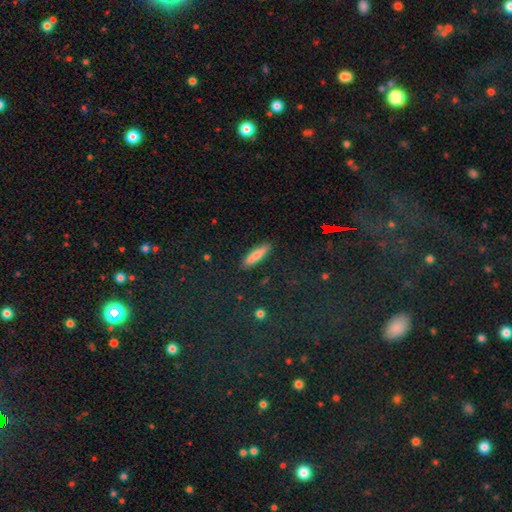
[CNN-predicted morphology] smooth-or-featured: smooth: 70% | featured or disk: 21% | star or artifact: 9%
  how-rounded: cigar-shaped: 67% | in between: 30% | round: 2%
  merging: none: 79% | minor disturbance: 12% | merger: 6% | major disturbance: 3%